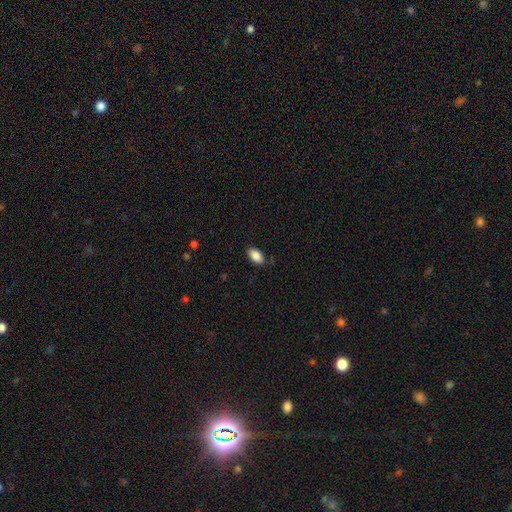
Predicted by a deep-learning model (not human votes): This is clearly a smooth galaxy (88%). How rounded: clearly in between (93%). Merging: clearly none (83%).